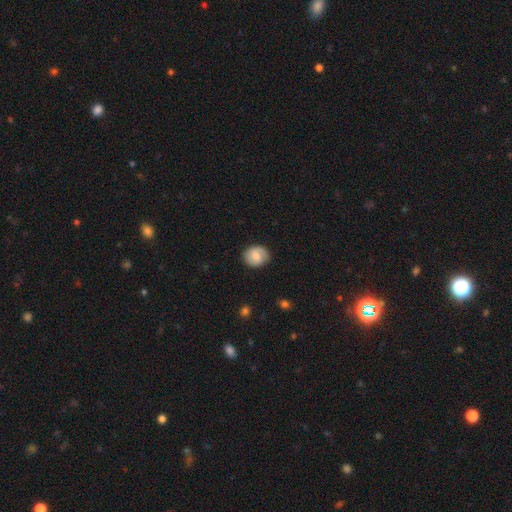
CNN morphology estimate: The model was most divided on "smooth or featured": smooth: 64%, featured or disk: 29%, star or artifact: 7%. More confident: merging — none (84%); how rounded — round (72%).